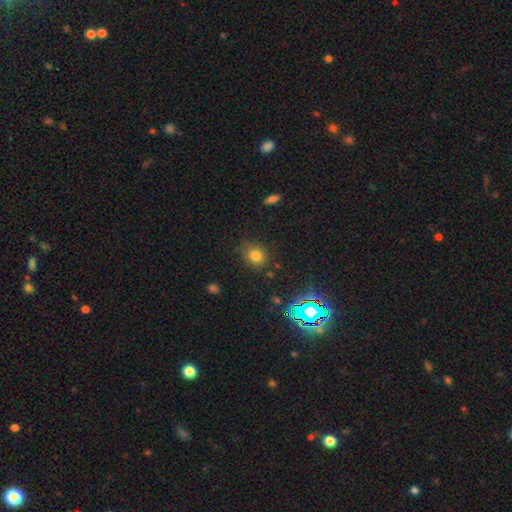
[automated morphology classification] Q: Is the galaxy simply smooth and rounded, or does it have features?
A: smooth — 75%.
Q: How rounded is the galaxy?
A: round — 72%.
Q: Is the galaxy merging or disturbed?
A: none — 79%.